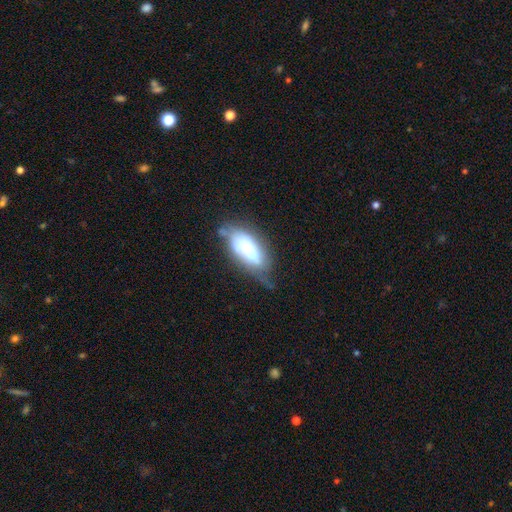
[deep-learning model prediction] Q: Smooth or featured?
A: smooth (56%); runner-up: featured or disk (36%)
Q: How rounded?
A: in between (85%); runner-up: cigar-shaped (13%)
Q: Merging?
A: none (39%); runner-up: minor disturbance (36%)